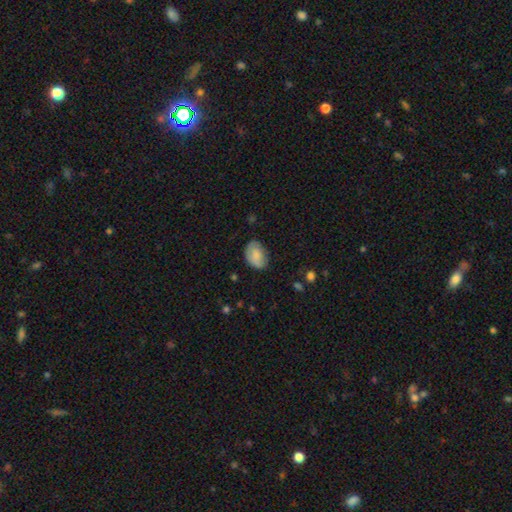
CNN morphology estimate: Smooth or featured: smooth — 77% (featured or disk — 16%)
How rounded: in between — 84% (round — 15%)
Merging: none — 70% (minor disturbance — 23%)